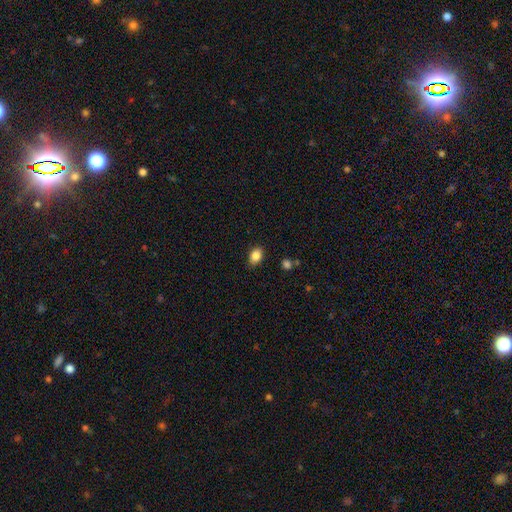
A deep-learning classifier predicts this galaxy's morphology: smooth_or_featured: smooth (p=0.87) [alt: star or artifact p=0.09]
how_rounded: in between (p=0.75) [alt: round p=0.24]
merging: none (p=0.86) [alt: minor disturbance p=0.10]